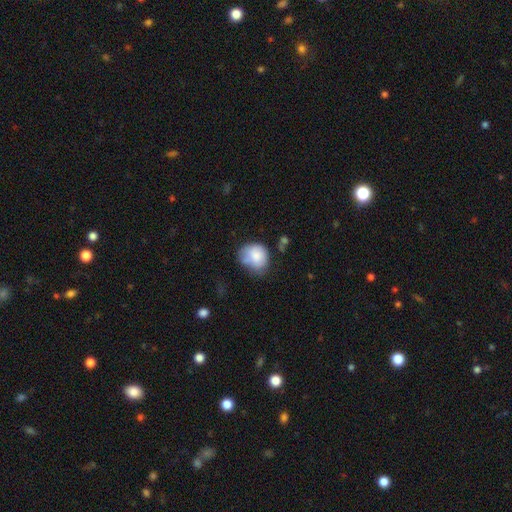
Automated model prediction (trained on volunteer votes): Smooth or featured? Predicted: smooth (p=0.76). How rounded? Predicted: round (p=0.60). Merging? Predicted: none (p=0.42).